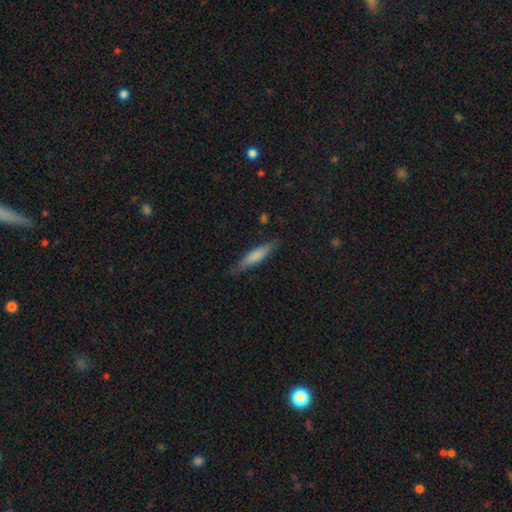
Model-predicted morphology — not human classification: Overall: smooth (68%). How rounded: cigar-shaped (81%). Merging: none (79%).